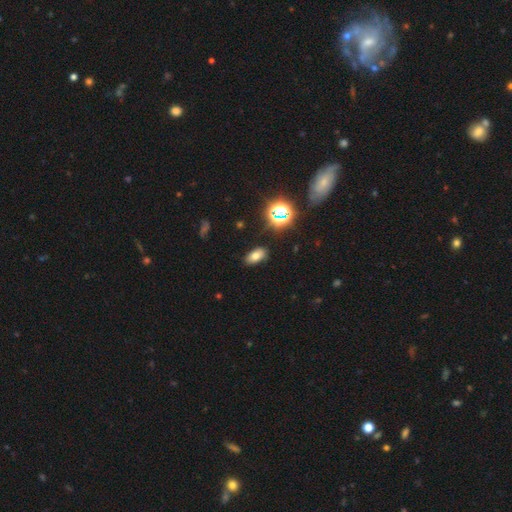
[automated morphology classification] Smooth or featured?
  - smooth: 71% *
  - star or artifact: 20%
  - featured or disk: 10%
How rounded?
  - in between: 89% *
  - round: 8%
  - cigar-shaped: 4%
Merging?
  - none: 86% *
  - minor disturbance: 10%
  - major disturbance: 3%
  - merger: 2%